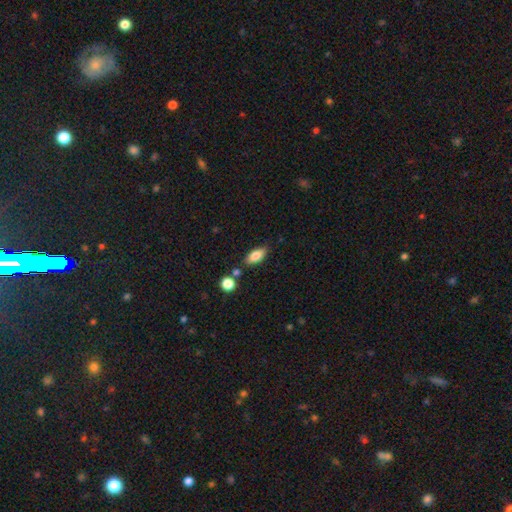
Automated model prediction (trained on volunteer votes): Smooth or featured: smooth — 83% (featured or disk — 10%)
How rounded: in between — 84% (cigar-shaped — 12%)
Merging: none — 78% (minor disturbance — 13%)